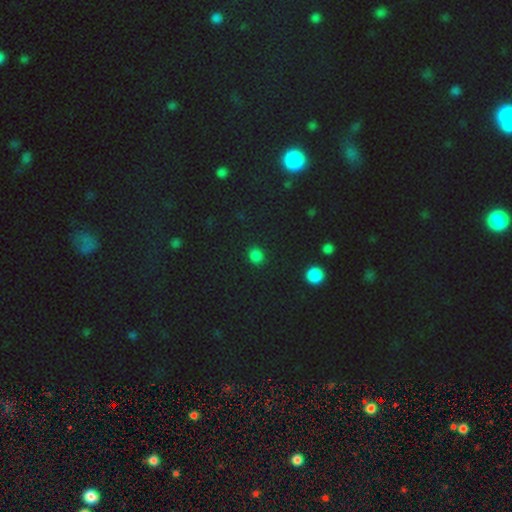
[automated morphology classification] type=smooth (81%); roundness=round (74%); merging=none (89%).